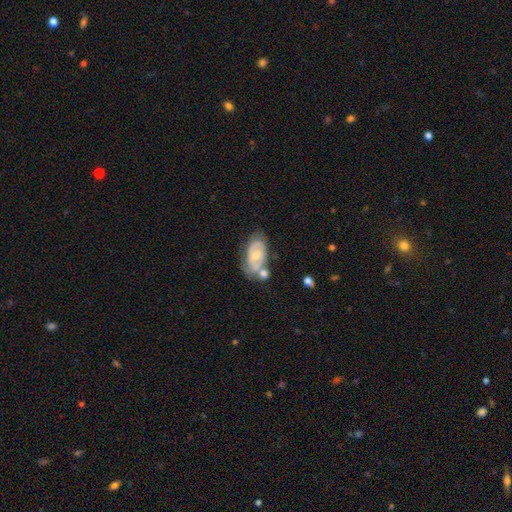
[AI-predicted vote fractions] Smooth or featured? featured or disk (72%)
Edge-on disk? no (96%)
Bar? no (61%)
Spiral arms? yes (78%)
Spiral winding? tight (55%)
Spiral arm count? 2 (62%)
Bulge size? moderate (49%)
Merging? none (48%)